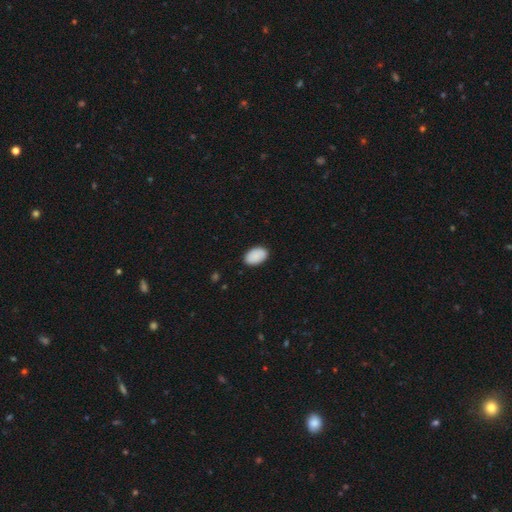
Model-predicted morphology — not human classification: smooth 90%, star or artifact 6%, featured or disk 4%. Down the decision tree: how rounded — in between (92%); merging — none (87%).